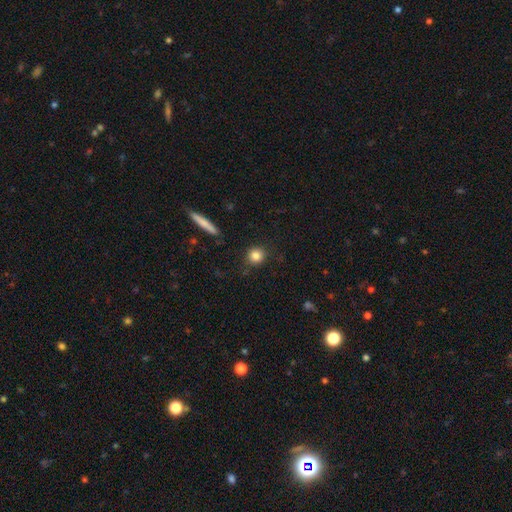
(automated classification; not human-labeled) This is clearly a smooth galaxy (84%). How rounded: clearly round (88%). Merging: clearly none (86%).